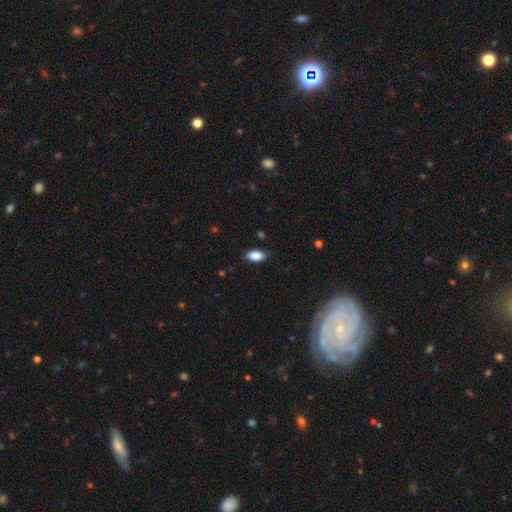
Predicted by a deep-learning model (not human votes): Q: Smooth or featured?
A: smooth (87%); runner-up: star or artifact (7%)
Q: How rounded?
A: in between (92%); runner-up: cigar-shaped (5%)
Q: Merging?
A: none (80%); runner-up: minor disturbance (16%)